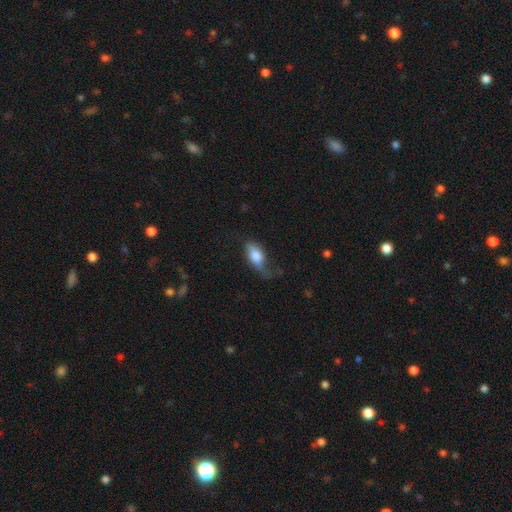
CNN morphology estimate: Smooth or featured? smooth (65%)
How rounded? in between (84%)
Merging? major disturbance (34%)